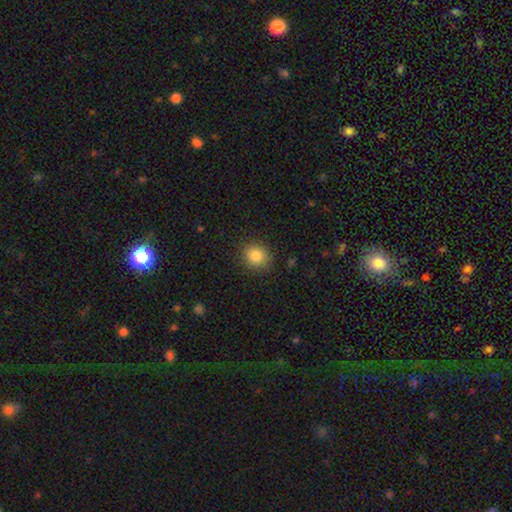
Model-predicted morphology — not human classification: type=smooth (84%); roundness=round (84%); merging=none (88%).